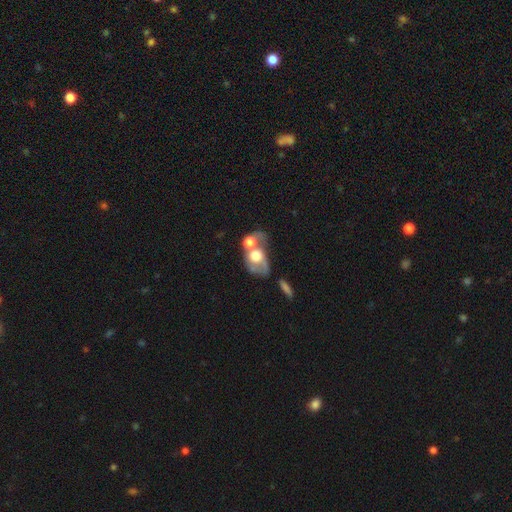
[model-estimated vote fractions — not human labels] smooth-or-featured: smooth: 50% | featured or disk: 41% | star or artifact: 9%
  merging: merger: 62% | none: 15% | major disturbance: 14% | minor disturbance: 9%